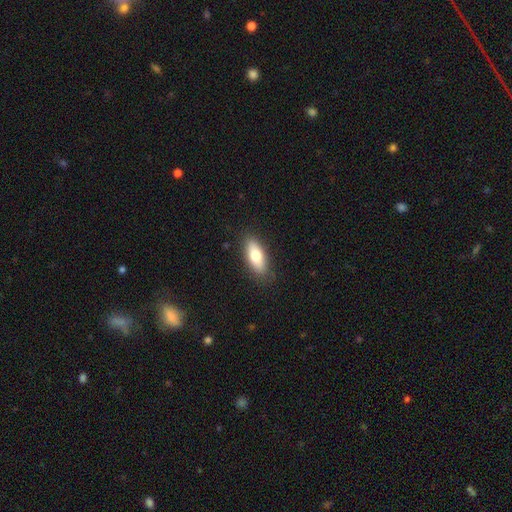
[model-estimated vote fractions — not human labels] This is likely a smooth galaxy (74%). How rounded: likely in between (76%). Merging: clearly none (85%).